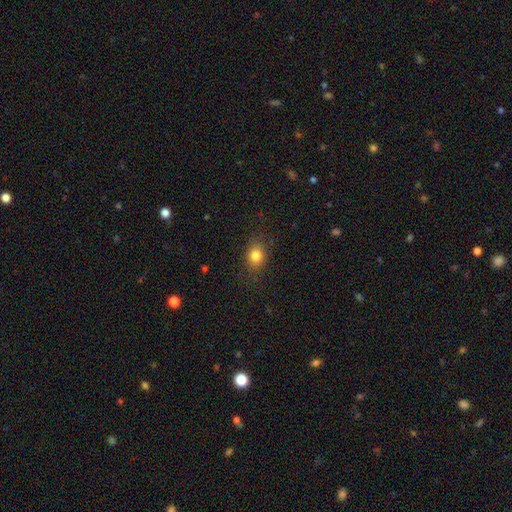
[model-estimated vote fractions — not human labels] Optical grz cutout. It shows a smooth galaxy with no disk features (82%) that is round (50%). Merging: none (82%).